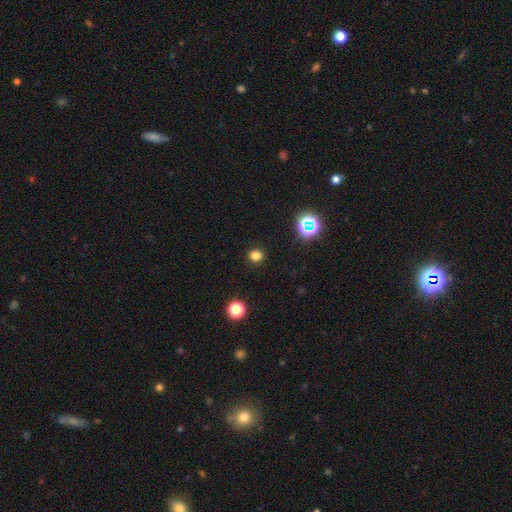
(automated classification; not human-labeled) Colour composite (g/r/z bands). It shows a smooth galaxy with no disk features (79%) that is round (80%). Merging: none (91%).